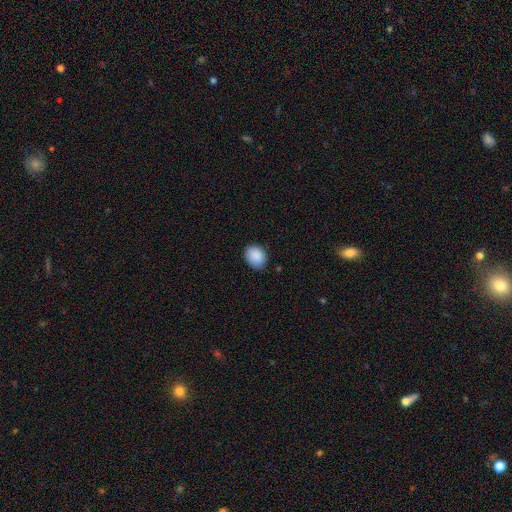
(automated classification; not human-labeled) Smooth or featured? Predicted: smooth (p=0.90). How rounded? Predicted: in between (p=0.59). Merging? Predicted: none (p=0.84).